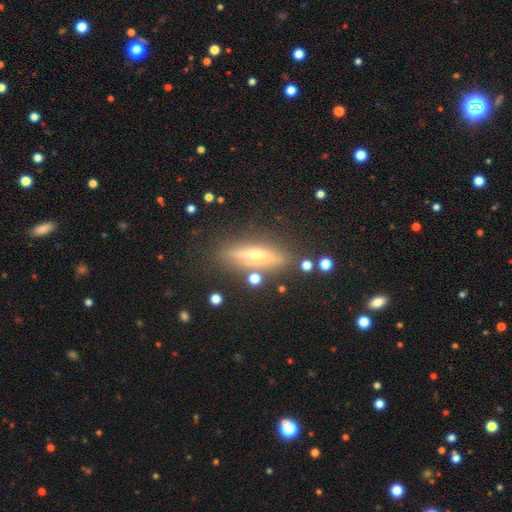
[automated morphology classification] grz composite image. It shows a featured or disk galaxy (63%) viewed edge-on (90%) with a rounded central bulge (85%). Merging: none (82%).